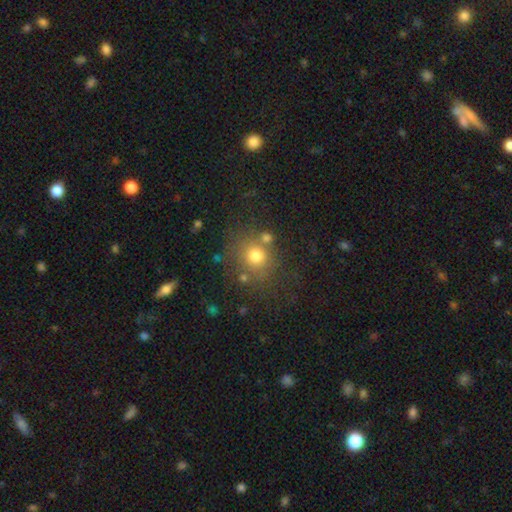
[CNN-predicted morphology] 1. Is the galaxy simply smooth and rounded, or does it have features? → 74% smooth, 16% star or artifact, 10% featured or disk.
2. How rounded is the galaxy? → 85% round, 14% in between, 1% cigar-shaped.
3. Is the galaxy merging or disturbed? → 71% none, 12% minor disturbance, 11% merger, 6% major disturbance.